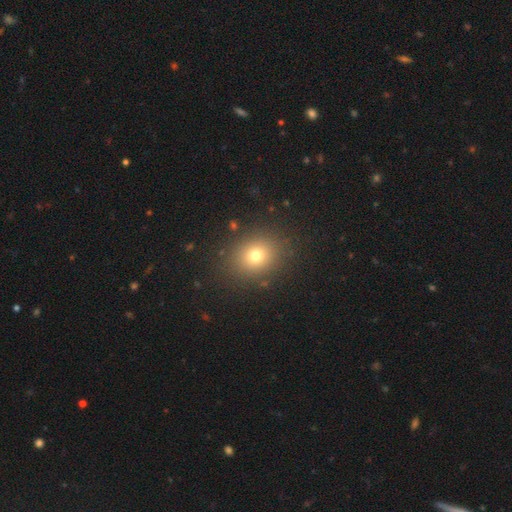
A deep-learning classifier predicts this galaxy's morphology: smooth-or-featured: smooth: 74% | star or artifact: 16% | featured or disk: 10%
  how-rounded: round: 64% | in between: 35% | cigar-shaped: 1%
  merging: none: 87% | minor disturbance: 8% | major disturbance: 4% | merger: 1%